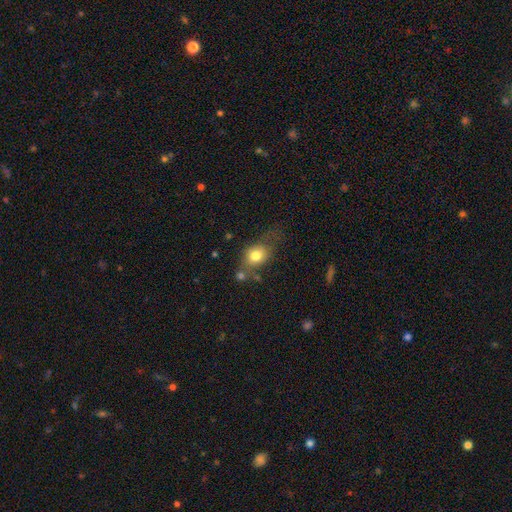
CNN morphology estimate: smooth_or_featured: smooth (p=0.76) [alt: featured or disk p=0.15]
how_rounded: in between (p=0.51) [alt: round p=0.47]
merging: none (p=0.44) [alt: minor disturbance p=0.26]